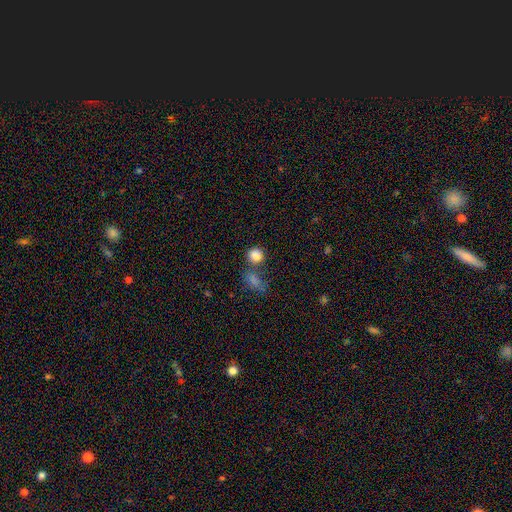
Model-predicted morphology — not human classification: type=smooth (84%); roundness=round (81%); merging=none (57%).